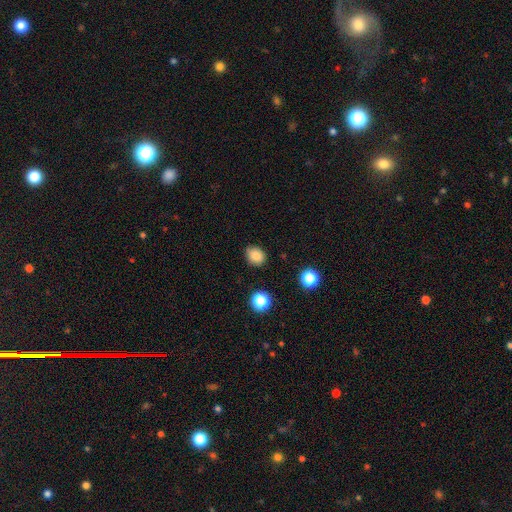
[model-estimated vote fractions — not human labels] Overall: smooth (83%). How rounded: round (61%; in between 38%). Merging: none (84%).